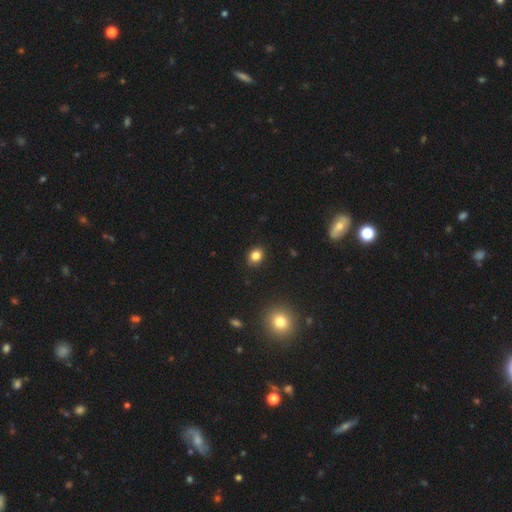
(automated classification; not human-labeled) Smooth or featured: smooth — 82% (star or artifact — 12%)
How rounded: round — 61% (in between — 38%)
Merging: none — 89% (minor disturbance — 8%)